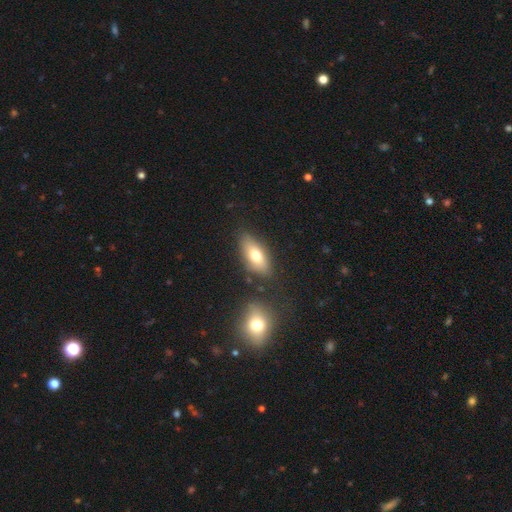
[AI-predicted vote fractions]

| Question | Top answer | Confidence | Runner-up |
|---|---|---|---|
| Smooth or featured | smooth | 71% | featured or disk (21%) |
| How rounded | in between | 82% | cigar-shaped (13%) |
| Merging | none | 78% | minor disturbance (13%) |